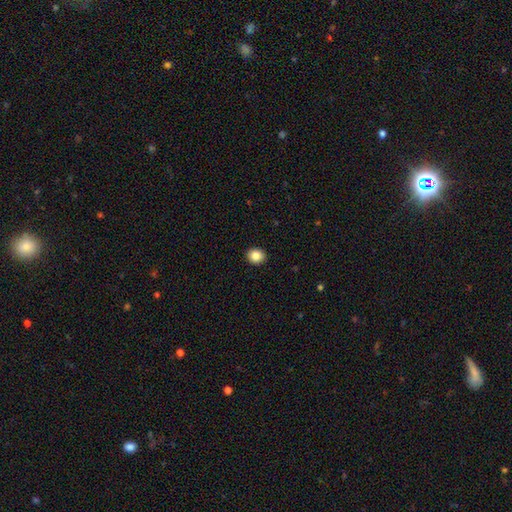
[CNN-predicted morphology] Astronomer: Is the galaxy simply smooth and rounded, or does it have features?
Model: smooth — 86%.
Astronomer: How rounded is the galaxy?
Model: round — 76%.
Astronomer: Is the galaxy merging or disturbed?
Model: none — 92%.